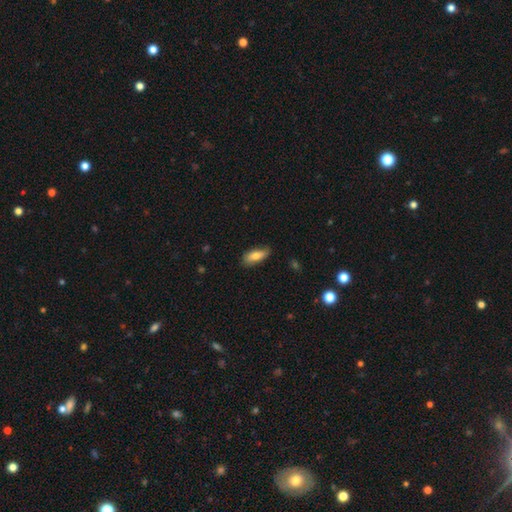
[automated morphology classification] smooth_or_featured: smooth (p=0.76) [alt: featured or disk p=0.18]
how_rounded: in between (p=0.78) [alt: cigar-shaped p=0.20]
merging: none (p=0.79) [alt: minor disturbance p=0.17]